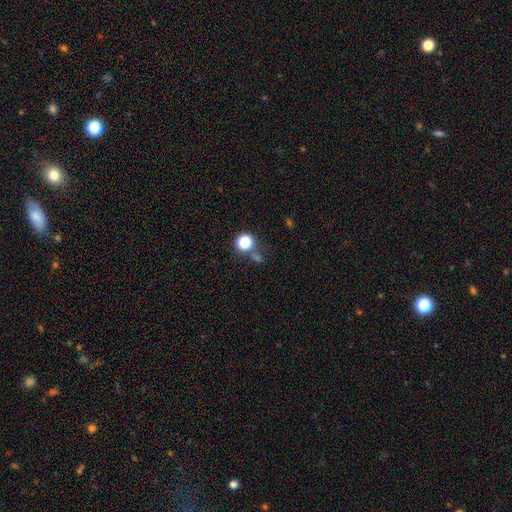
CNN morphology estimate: Overall: smooth (50%; star or artifact 43%). Merging: none (68%).